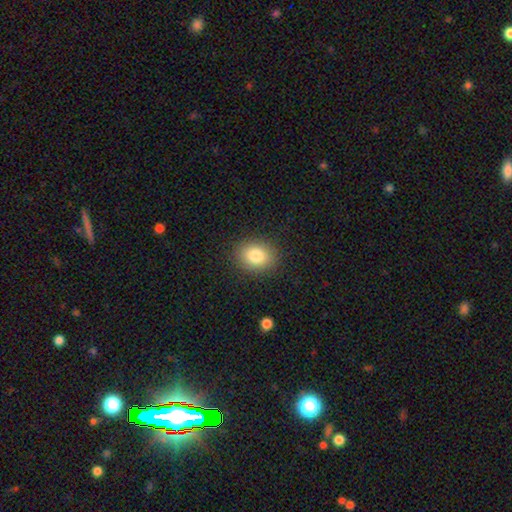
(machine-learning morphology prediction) Q: Smooth or featured?
A: smooth (83%); runner-up: star or artifact (10%)
Q: How rounded?
A: round (54%); runner-up: in between (45%)
Q: Merging?
A: none (88%); runner-up: minor disturbance (8%)